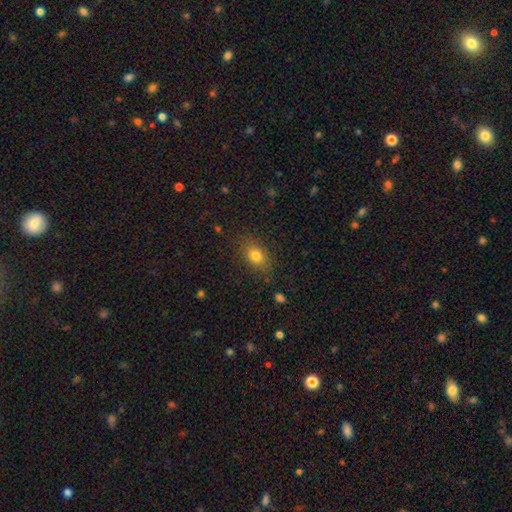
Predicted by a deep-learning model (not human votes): A smooth galaxy with no disk features (79%) that is in between round and cigar-shaped (72%).

Vote fractions:
- Smooth or featured? smooth: 79% / star or artifact: 11% / featured or disk: 10%
- How rounded? in between: 72% / round: 26% / cigar-shaped: 2%
- Merging? none: 82% / minor disturbance: 13% / major disturbance: 4% / merger: 1%